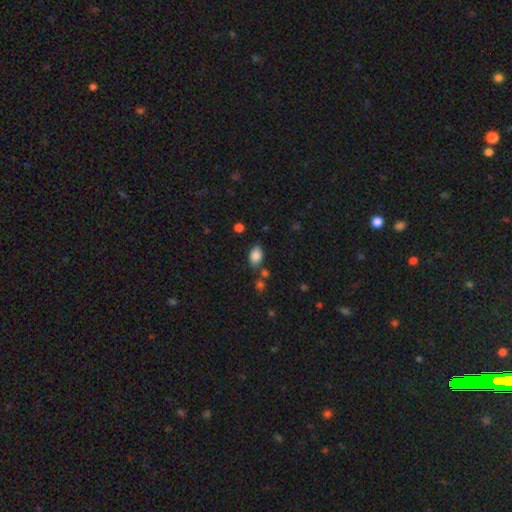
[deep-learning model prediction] Smooth or featured: smooth — 86% (star or artifact — 9%)
How rounded: in between — 85% (round — 13%)
Merging: none — 72% (minor disturbance — 16%)